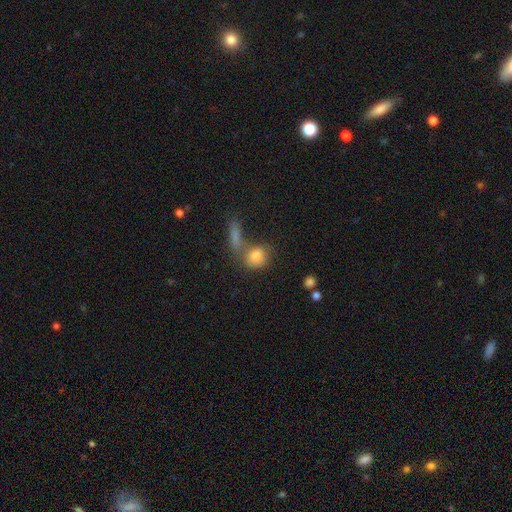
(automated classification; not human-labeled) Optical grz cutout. It shows a smooth galaxy with no disk features (81%) that is round (58%). Merging: none (42%).